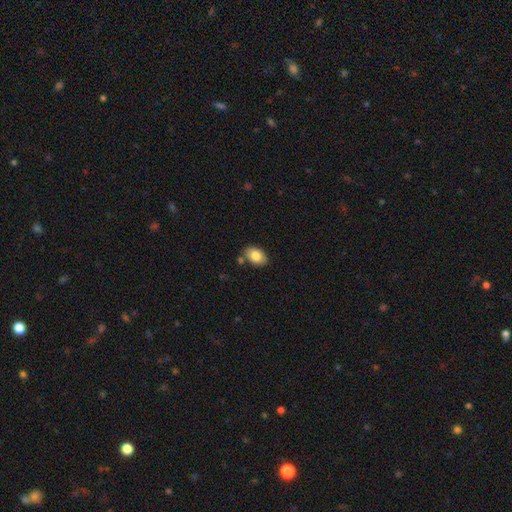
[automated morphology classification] Smooth or featured? smooth (82%)
How rounded? in between (87%)
Merging? none (78%)